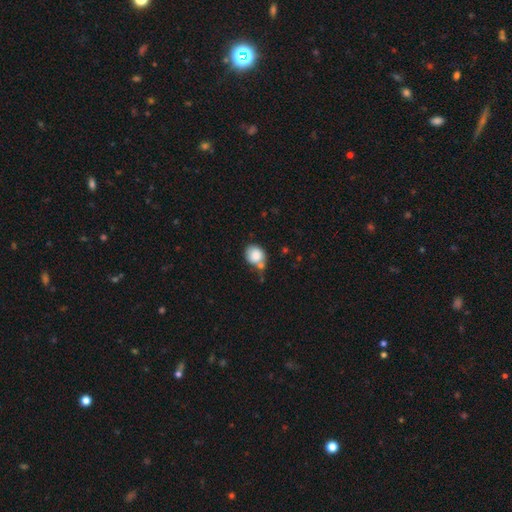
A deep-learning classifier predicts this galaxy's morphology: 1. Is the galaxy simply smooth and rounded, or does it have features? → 84% smooth, 8% star or artifact, 8% featured or disk.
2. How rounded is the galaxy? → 72% round, 27% in between, 1% cigar-shaped.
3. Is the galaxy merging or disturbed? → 46% none, 24% merger, 22% minor disturbance, 8% major disturbance.